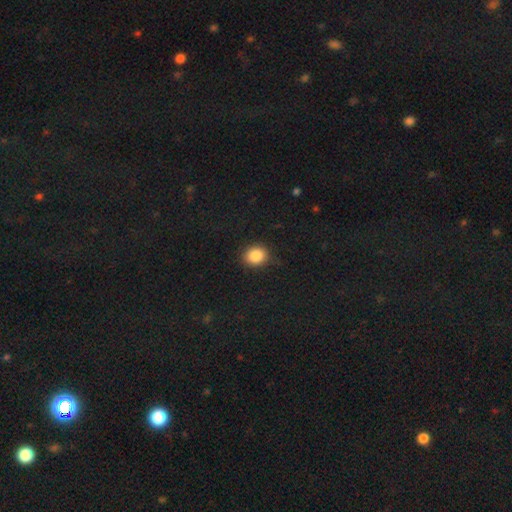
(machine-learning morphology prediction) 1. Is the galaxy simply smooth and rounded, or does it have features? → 86% smooth, 9% star or artifact, 4% featured or disk.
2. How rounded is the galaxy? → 66% round, 33% in between, 1% cigar-shaped.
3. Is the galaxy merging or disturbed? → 85% none, 11% minor disturbance, 3% major disturbance, 1% merger.